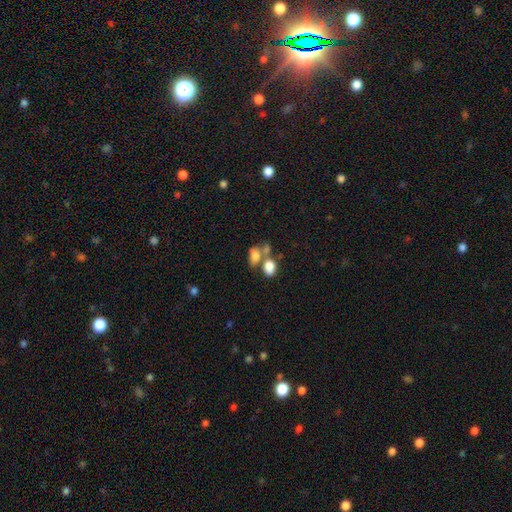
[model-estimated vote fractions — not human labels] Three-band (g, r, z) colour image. It shows a smooth galaxy with no disk features (76%) that is in between round and cigar-shaped (80%). Merging: merger (53%).